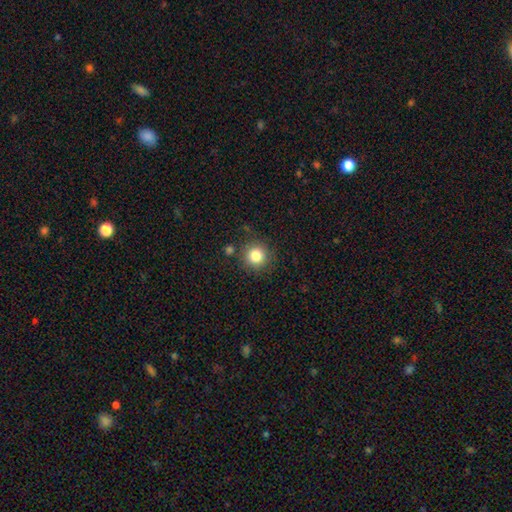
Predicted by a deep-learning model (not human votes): Smooth or featured: smooth — 83% (star or artifact — 11%)
How rounded: round — 94% (in between — 5%)
Merging: none — 84% (minor disturbance — 9%)